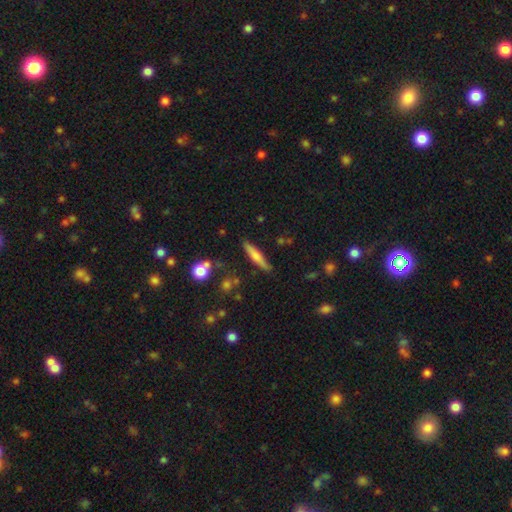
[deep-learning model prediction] A smooth galaxy with no disk features (60%) that is cigar-shaped (88%).

Vote fractions:
- Smooth or featured? smooth: 60% / featured or disk: 33% / star or artifact: 7%
- How rounded? cigar-shaped: 88% / in between: 10% / round: 2%
- Merging? none: 83% / minor disturbance: 11% / merger: 3% / major disturbance: 3%